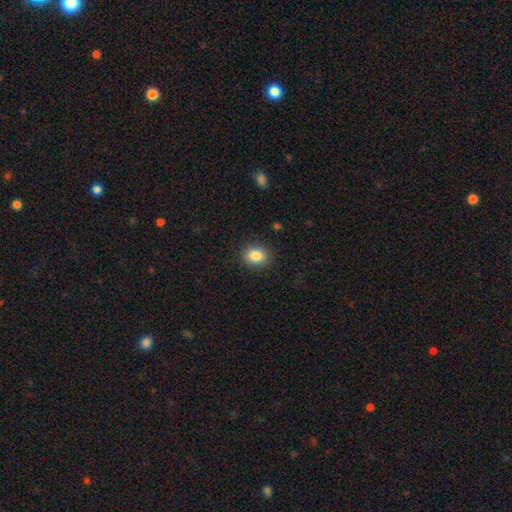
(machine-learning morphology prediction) Smooth or featured?
  - smooth: 85% *
  - star or artifact: 9%
  - featured or disk: 6%
How rounded?
  - in between: 55% *
  - round: 44%
  - cigar-shaped: 1%
Merging?
  - none: 89% *
  - minor disturbance: 8%
  - major disturbance: 2%
  - merger: 1%